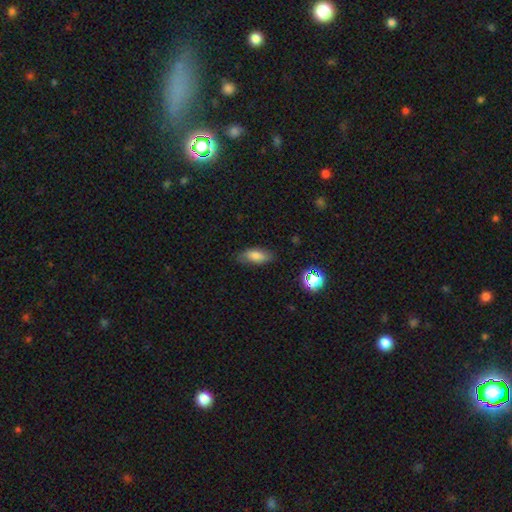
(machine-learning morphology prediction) smooth_or_featured: smooth (p=0.77) [alt: featured or disk p=0.13]
how_rounded: in between (p=0.82) [alt: cigar-shaped p=0.15]
merging: none (p=0.77) [alt: minor disturbance p=0.18]